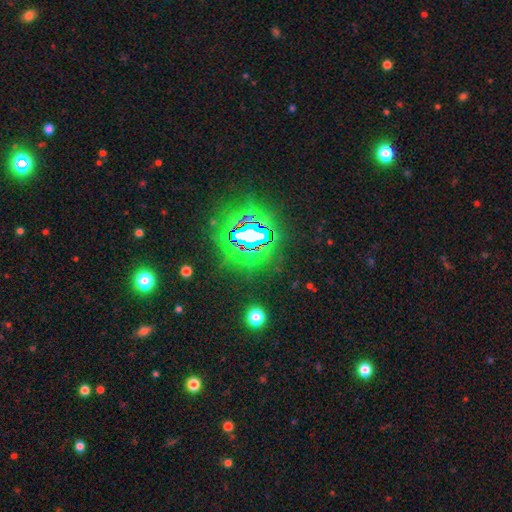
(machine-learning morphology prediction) Smooth or featured?
  - star or artifact: 85% *
  - smooth: 8%
  - featured or disk: 7%